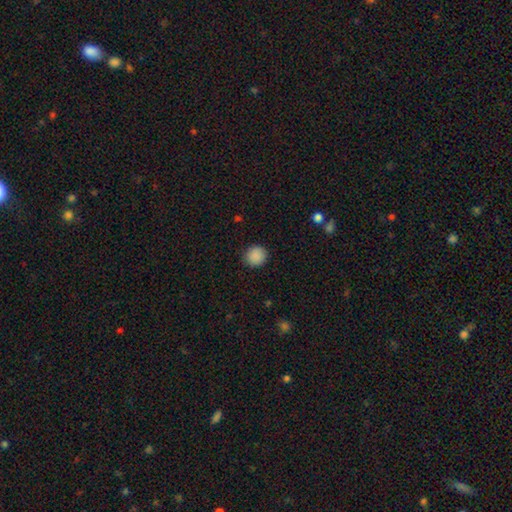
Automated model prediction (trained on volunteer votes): The model was most divided on "how rounded": round: 88%, in between: 11%, cigar-shaped: 1%. More confident: smooth or featured — smooth (89%); merging — none (88%).